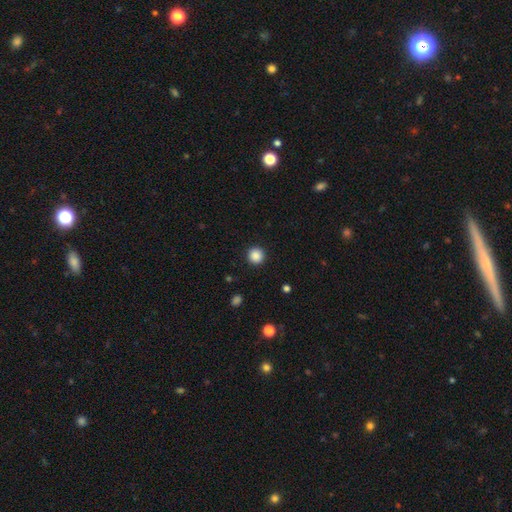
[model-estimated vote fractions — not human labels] Smooth or featured? Predicted: smooth (p=0.87). How rounded? Predicted: round (p=0.95). Merging? Predicted: none (p=0.92).